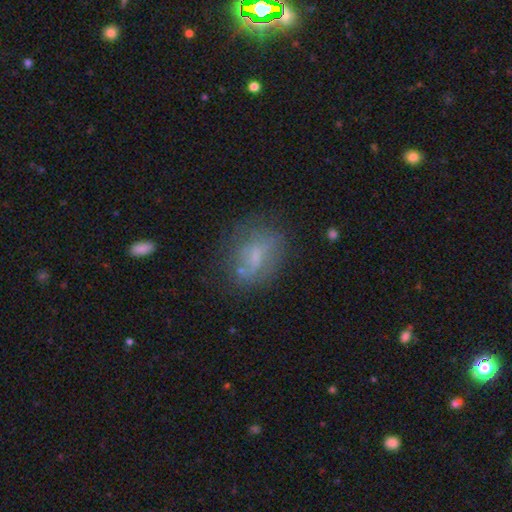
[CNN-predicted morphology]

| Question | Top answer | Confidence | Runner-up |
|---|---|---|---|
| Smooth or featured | smooth | 50% | featured or disk (38%) |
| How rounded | in between | 65% | round (32%) |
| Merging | none | 56% | minor disturbance (23%) |